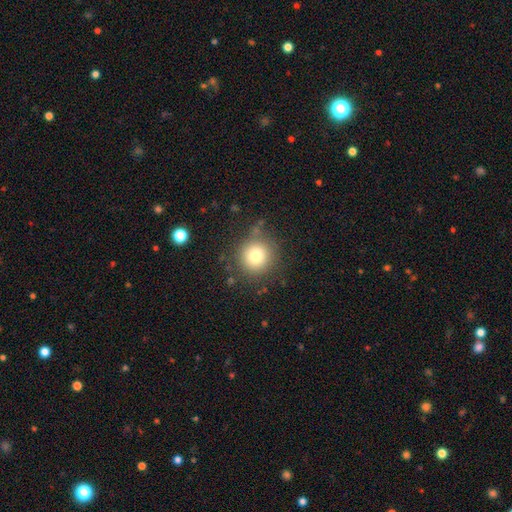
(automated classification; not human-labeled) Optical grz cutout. It shows a smooth galaxy with no disk features (77%) that is round (93%). Merging: none (82%).